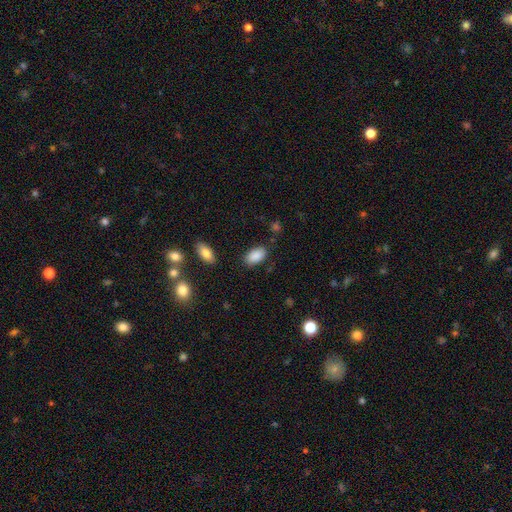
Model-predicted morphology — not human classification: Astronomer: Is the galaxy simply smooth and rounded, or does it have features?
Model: smooth — 89%.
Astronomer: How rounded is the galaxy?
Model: in between — 94%.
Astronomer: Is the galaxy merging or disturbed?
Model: none — 83%.